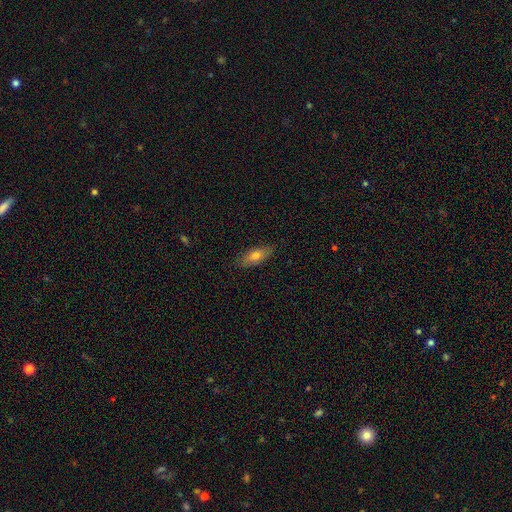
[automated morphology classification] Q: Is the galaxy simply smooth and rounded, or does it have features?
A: smooth — 70%.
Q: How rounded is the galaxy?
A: in between — 77%.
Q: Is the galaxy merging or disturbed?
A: none — 83%.